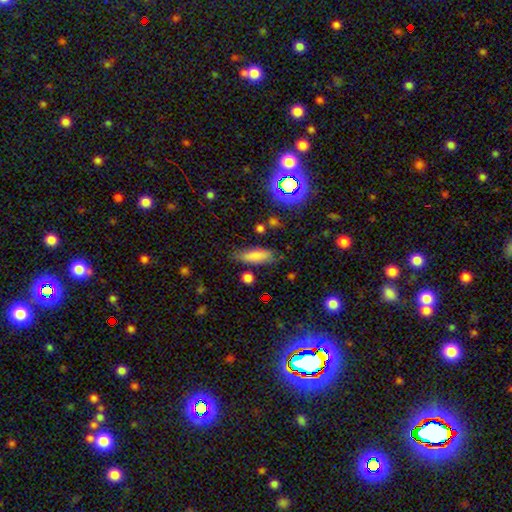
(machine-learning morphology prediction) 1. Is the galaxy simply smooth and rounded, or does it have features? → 79% smooth, 11% featured or disk, 10% star or artifact.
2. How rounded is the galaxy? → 60% in between, 37% cigar-shaped, 3% round.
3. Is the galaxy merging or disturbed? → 75% none, 16% minor disturbance, 4% merger, 4% major disturbance.